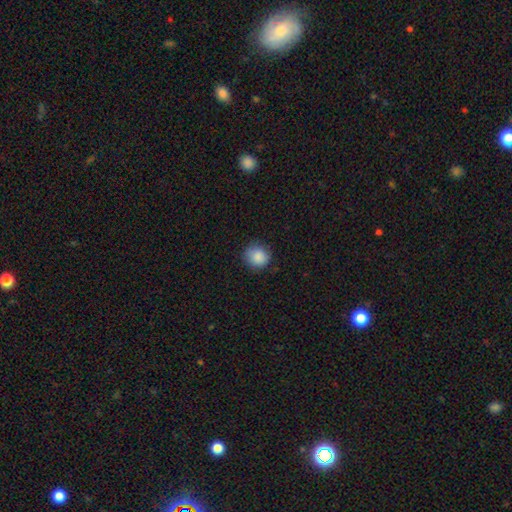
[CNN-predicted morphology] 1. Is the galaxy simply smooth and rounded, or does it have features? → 87% smooth, 8% star or artifact, 4% featured or disk.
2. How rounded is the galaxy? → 88% round, 11% in between, 1% cigar-shaped.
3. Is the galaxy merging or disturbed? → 82% none, 14% minor disturbance, 3% major disturbance, 1% merger.